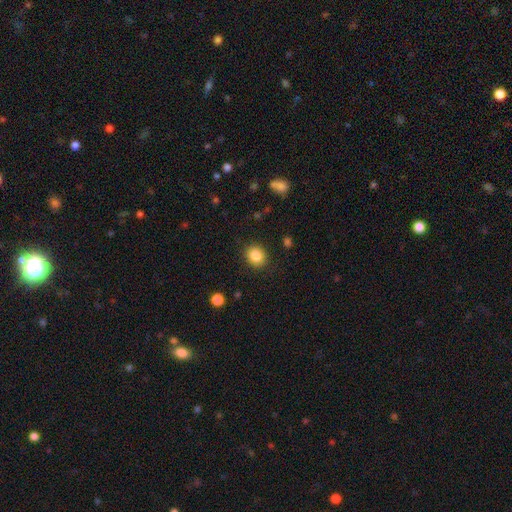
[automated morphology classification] The model was most divided on "how rounded": round: 70%, in between: 29%, cigar-shaped: 1%. More confident: merging — none (88%); smooth or featured — smooth (86%).